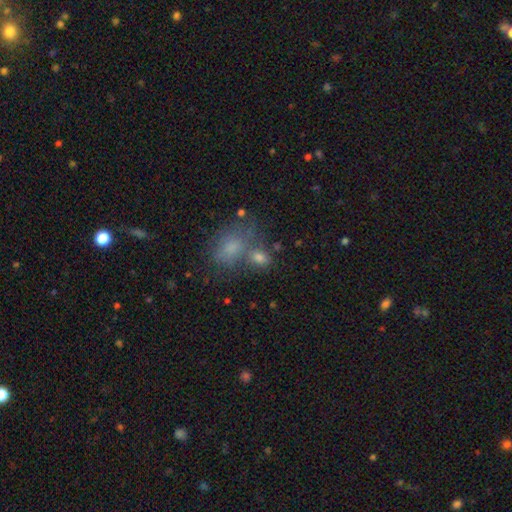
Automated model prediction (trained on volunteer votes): This is likely a smooth galaxy (67%). How rounded: likely in between (64%). Merging: possibly none (47%).